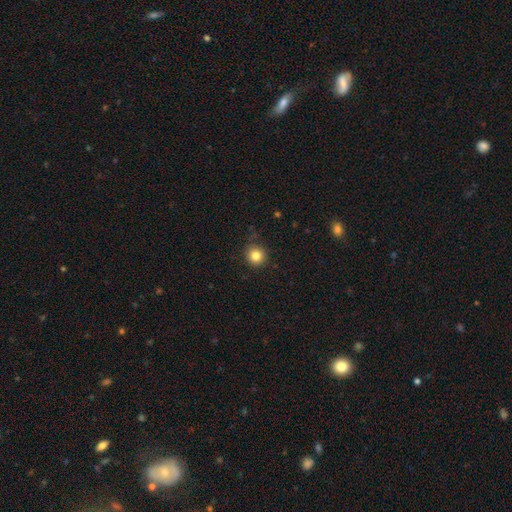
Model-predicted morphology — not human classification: type=smooth (82%); roundness=round (93%); merging=none (87%).